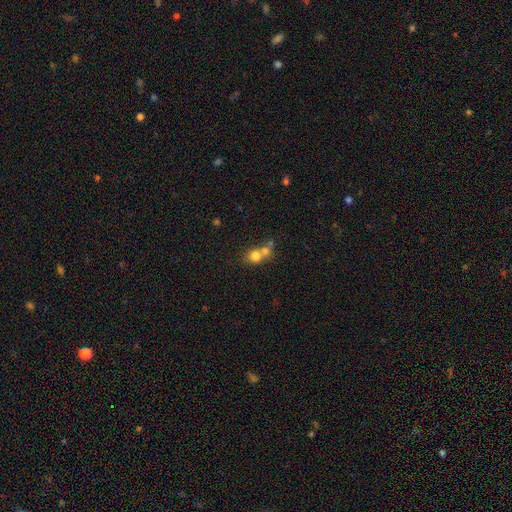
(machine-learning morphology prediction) Smooth or featured? Predicted: smooth (p=0.74). How rounded? Predicted: round (p=0.75). Merging? Predicted: merger (p=0.57).